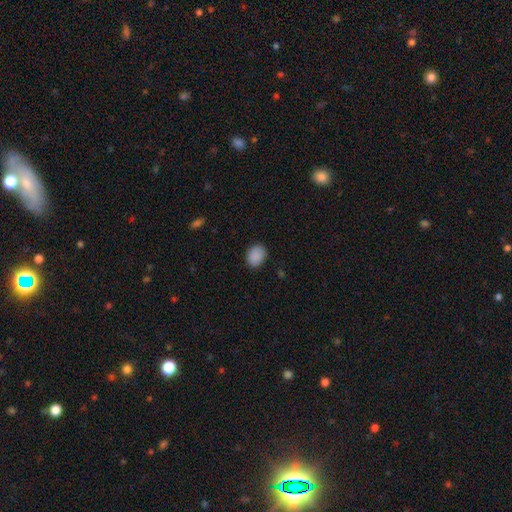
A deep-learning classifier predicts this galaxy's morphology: Smooth or featured? Predicted: smooth (p=0.89). How rounded? Predicted: in between (p=0.53). Merging? Predicted: none (p=0.86).